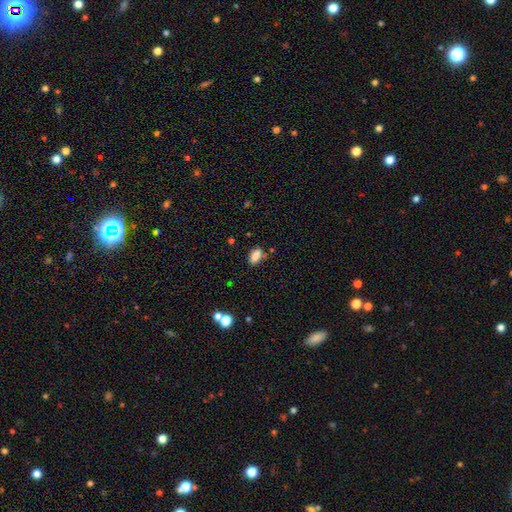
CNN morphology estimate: smooth_or_featured: smooth (p=0.83) [alt: star or artifact p=0.10]
how_rounded: in between (p=0.88) [alt: round p=0.06]
merging: none (p=0.73) [alt: minor disturbance p=0.16]